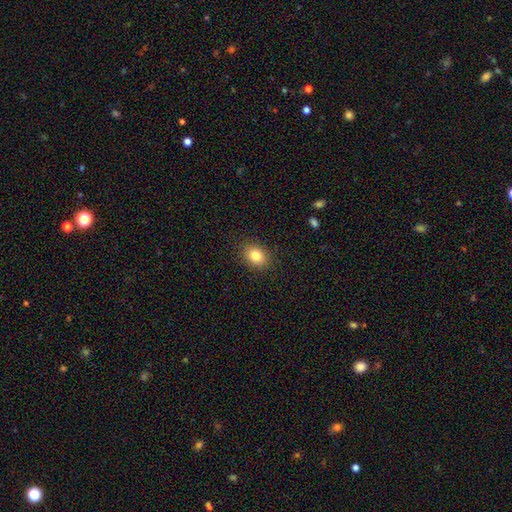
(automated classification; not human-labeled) A smooth galaxy with no disk features (83%) that is in between round and cigar-shaped (65%).

Vote fractions:
- Smooth or featured? smooth: 83% / star or artifact: 10% / featured or disk: 8%
- How rounded? in between: 65% / round: 34% / cigar-shaped: 1%
- Merging? none: 89% / minor disturbance: 8% / major disturbance: 2% / merger: 1%